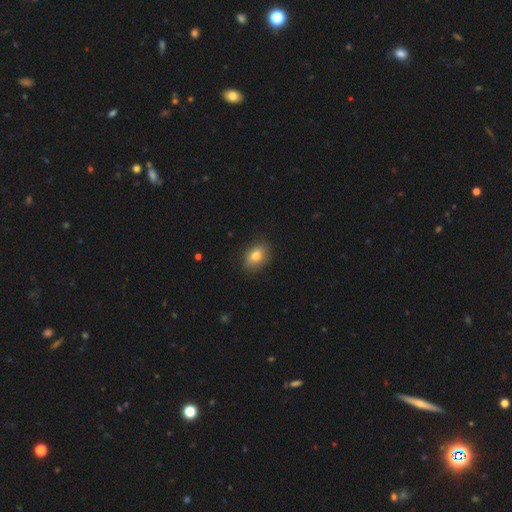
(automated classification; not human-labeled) smooth_or_featured: smooth (p=0.79) [alt: featured or disk p=0.13]
how_rounded: in between (p=0.76) [alt: round p=0.22]
merging: none (p=0.84) [alt: minor disturbance p=0.12]